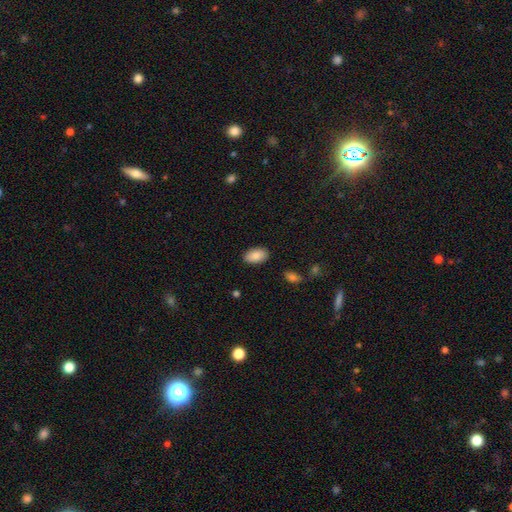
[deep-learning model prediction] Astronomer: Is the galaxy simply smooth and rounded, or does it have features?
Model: smooth — 87%.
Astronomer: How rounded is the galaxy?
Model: in between — 93%.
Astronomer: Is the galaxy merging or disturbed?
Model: none — 87%.